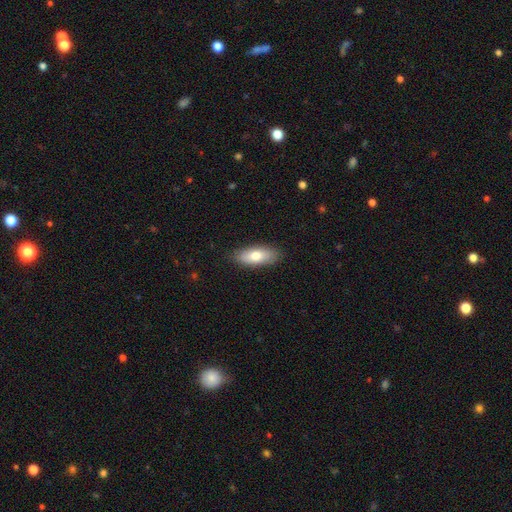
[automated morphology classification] A smooth galaxy with no disk features (75%) that is in between round and cigar-shaped (77%). Merging: none (86%).